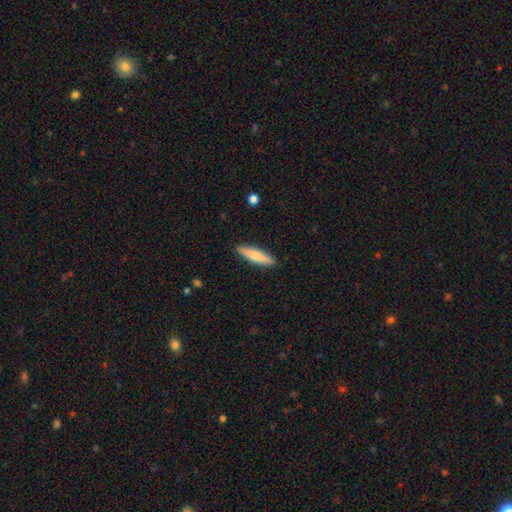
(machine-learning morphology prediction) The model was most divided on "smooth or featured": smooth: 69%, featured or disk: 25%, star or artifact: 5%. More confident: merging — none (90%); how rounded — cigar-shaped (81%).